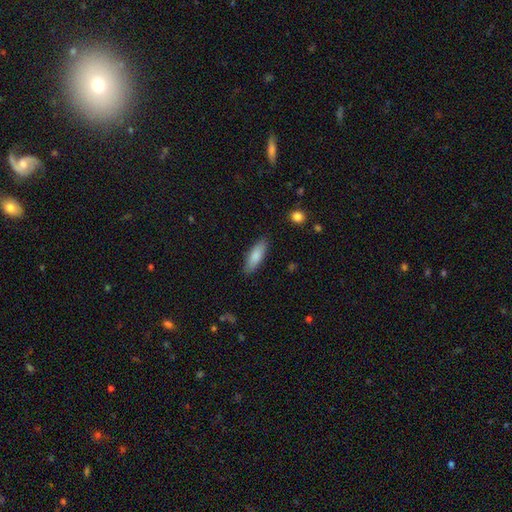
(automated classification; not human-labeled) This appears to be a smooth galaxy with no disk features (82%) that is in between round and cigar-shaped (52%). Merging: none (87%).